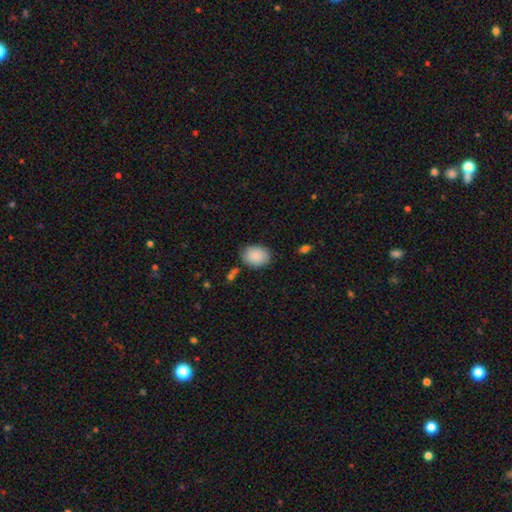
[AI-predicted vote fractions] Morphology: type=smooth (87%); roundness=in between (65%); merging=none (78%).